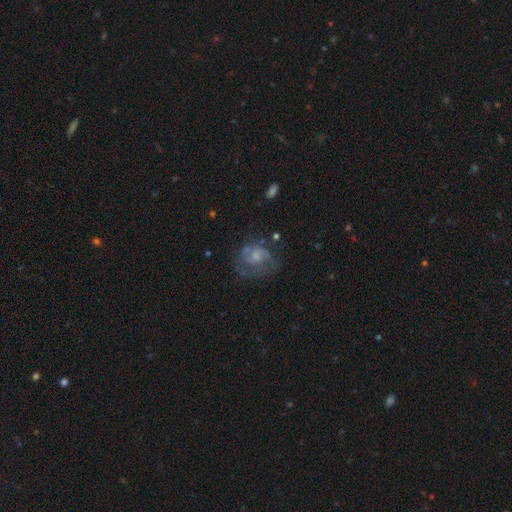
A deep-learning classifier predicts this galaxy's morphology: This is possibly a featured or disk galaxy (58%). It is clearly not viewed edge-on (98%). Bar: likely no (71%). Spiral arm pattern: likely yes (66%). Central bulge: marginally small (42%). Merging: possibly none (47%).